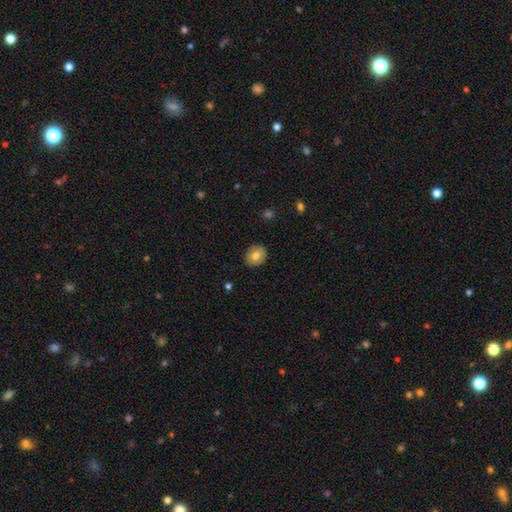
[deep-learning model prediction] Overall: smooth (73%). How rounded: round (67%; in between 32%). Merging: none (88%).